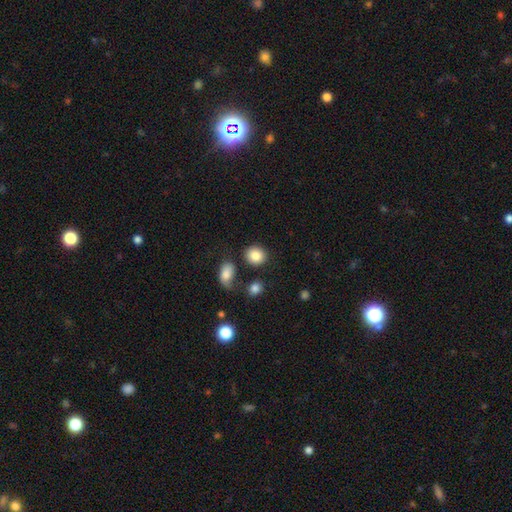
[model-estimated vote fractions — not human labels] Morphology: type=smooth (85%); roundness=round (73%); merging=none (79%).